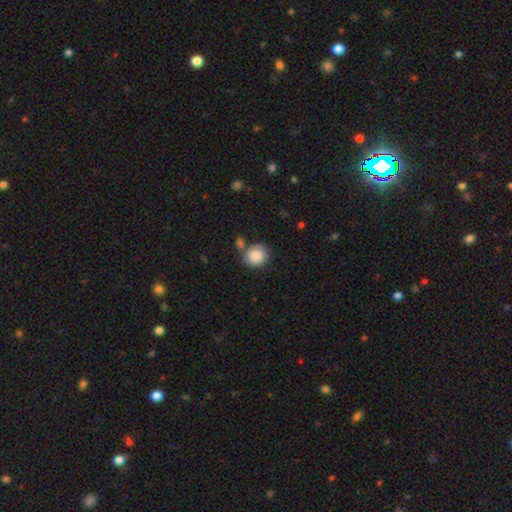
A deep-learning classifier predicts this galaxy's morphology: Overall: smooth (87%). How rounded: round (79%). Merging: none (62%).